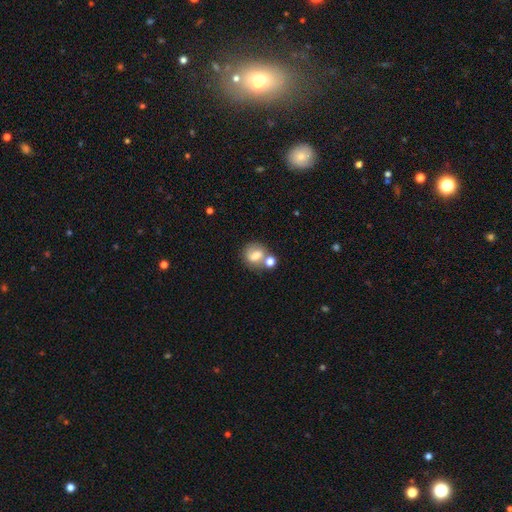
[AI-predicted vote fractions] Smooth or featured: smooth — 63% (featured or disk — 26%)
How rounded: round — 65% (in between — 34%)
Merging: none — 48% (merger — 31%)